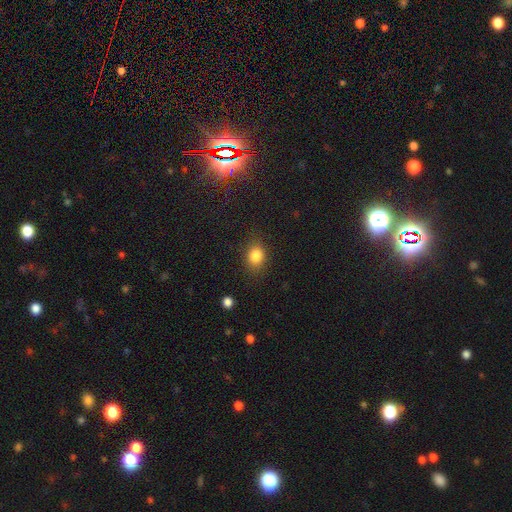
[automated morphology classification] Overall: smooth (83%). How rounded: in between (54%; round 45%). Merging: none (81%).